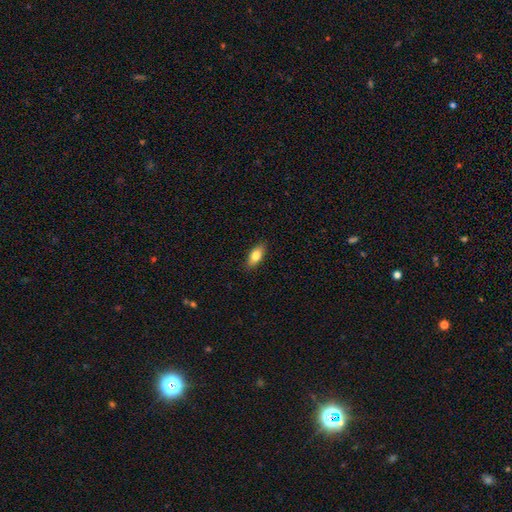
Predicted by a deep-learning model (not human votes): Smooth or featured: smooth — 79% (featured or disk — 14%)
How rounded: in between — 84% (cigar-shaped — 12%)
Merging: none — 87% (minor disturbance — 10%)